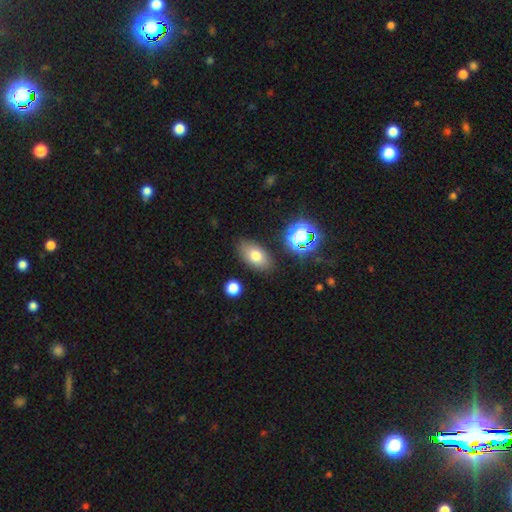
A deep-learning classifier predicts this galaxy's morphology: This appears to be a smooth galaxy with no disk features (75%) that is in between round and cigar-shaped (89%). Merging: none (82%).